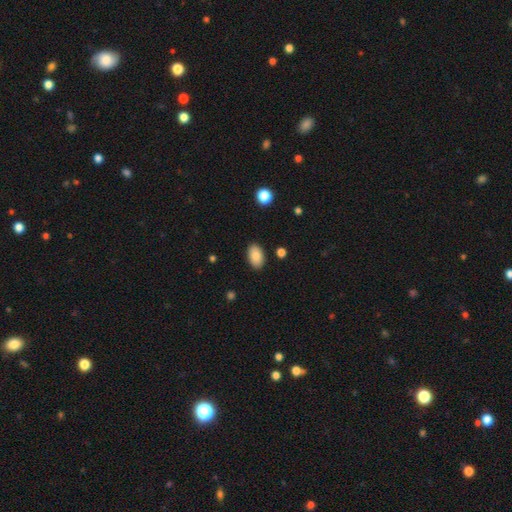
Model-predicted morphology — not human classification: This appears to be a smooth galaxy with no disk features (87%) that is in between round and cigar-shaped (92%). Merging: none (87%).